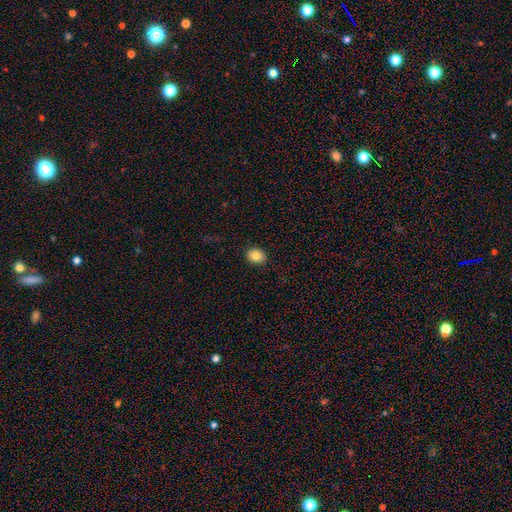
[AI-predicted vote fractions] The model was most divided on "how rounded": in between: 59%, round: 40%, cigar-shaped: 1%. More confident: merging — none (90%); smooth or featured — smooth (85%).